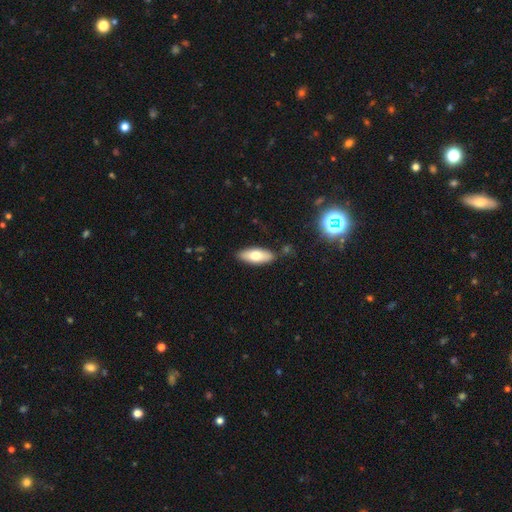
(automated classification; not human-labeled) A smooth galaxy with no disk features (70%) that is in between round and cigar-shaped (75%).

Vote fractions:
- Smooth or featured? smooth: 70% / featured or disk: 23% / star or artifact: 6%
- How rounded? in between: 75% / cigar-shaped: 23% / round: 2%
- Merging? none: 85% / minor disturbance: 10% / merger: 3% / major disturbance: 2%